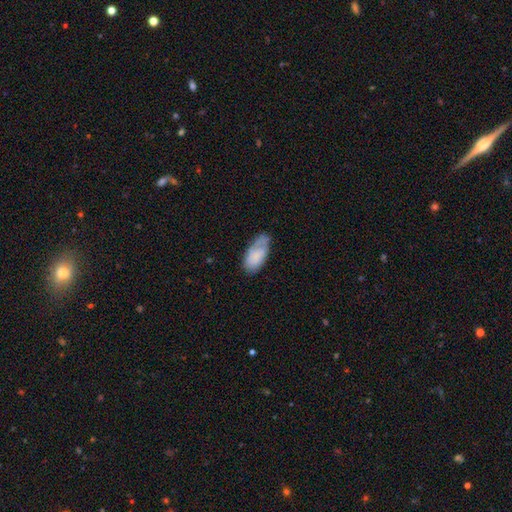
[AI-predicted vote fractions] Overall: smooth (66%; featured or disk 27%). How rounded: in between (91%). Merging: none (56%; minor disturbance 30%).